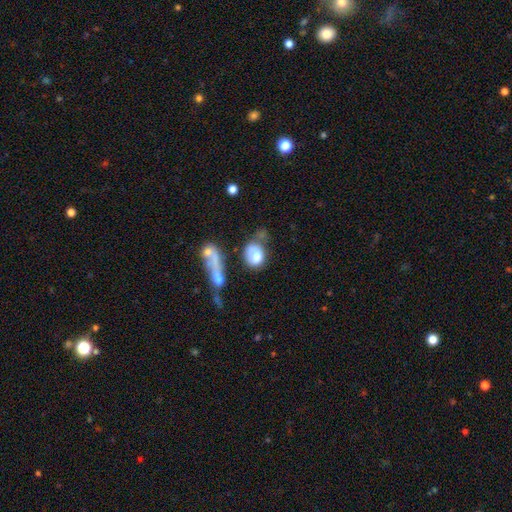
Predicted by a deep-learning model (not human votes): smooth 73%, featured or disk 17%, star or artifact 9%. Down the decision tree: how rounded — in between (53%); merging — none (30%, tied with merger).